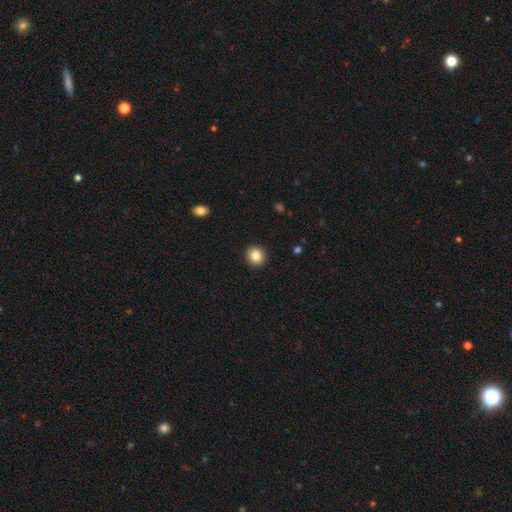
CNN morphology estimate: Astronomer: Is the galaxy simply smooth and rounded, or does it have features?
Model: smooth — 85%.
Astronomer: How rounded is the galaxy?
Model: round — 85%.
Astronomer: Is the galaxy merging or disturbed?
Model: none — 92%.